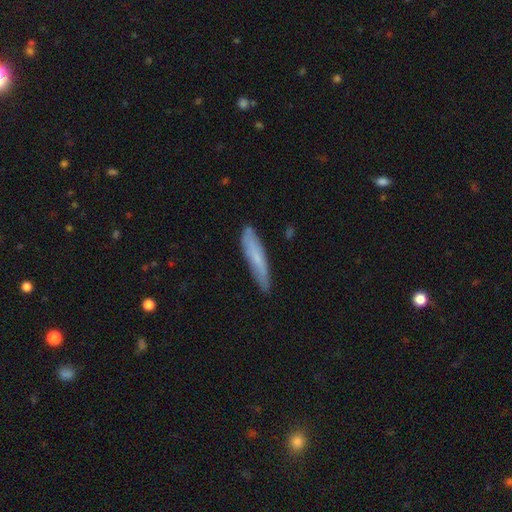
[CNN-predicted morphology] Smooth or featured? smooth (62%)
How rounded? cigar-shaped (89%)
Merging? none (79%)